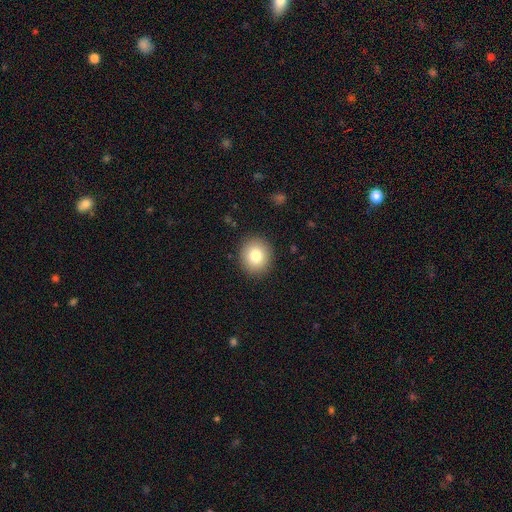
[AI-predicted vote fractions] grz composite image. It shows a smooth galaxy with no disk features (80%) that is round (84%). Merging: none (90%).